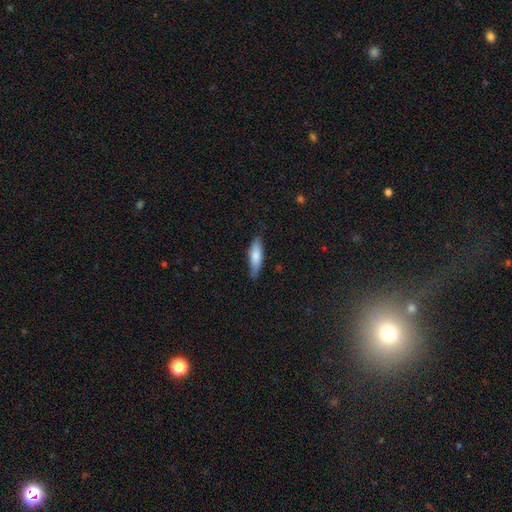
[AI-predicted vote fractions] smooth-or-featured: smooth: 78% | featured or disk: 16% | star or artifact: 6%
  how-rounded: cigar-shaped: 53% | in between: 46% | round: 2%
  merging: none: 77% | minor disturbance: 19% | major disturbance: 3% | merger: 1%